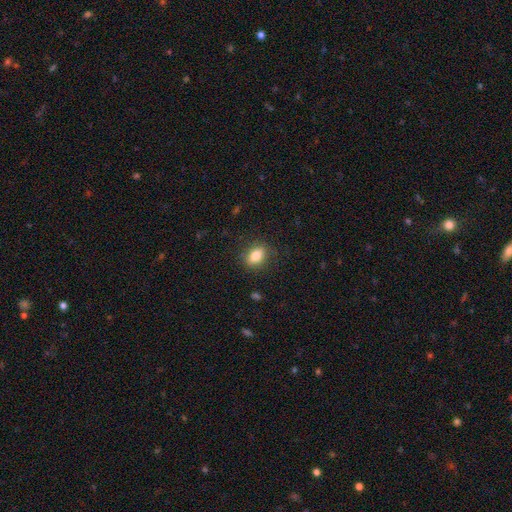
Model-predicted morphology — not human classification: A smooth galaxy with no disk features (82%) that is in between round and cigar-shaped (78%).

Vote fractions:
- Smooth or featured? smooth: 82% / featured or disk: 9% / star or artifact: 9%
- How rounded? in between: 78% / round: 20% / cigar-shaped: 3%
- Merging? none: 85% / minor disturbance: 11% / major disturbance: 3% / merger: 1%